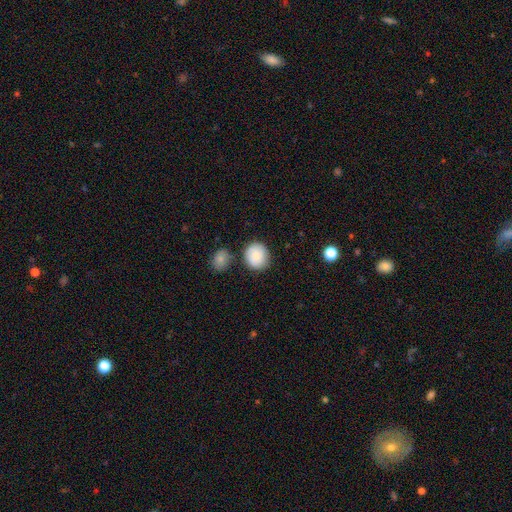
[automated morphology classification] A smooth galaxy with no disk features (85%) that is round (77%).

Vote fractions:
- Smooth or featured? smooth: 85% / featured or disk: 8% / star or artifact: 7%
- How rounded? round: 77% / in between: 22% / cigar-shaped: 1%
- Merging? none: 76% / minor disturbance: 13% / merger: 7% / major disturbance: 3%